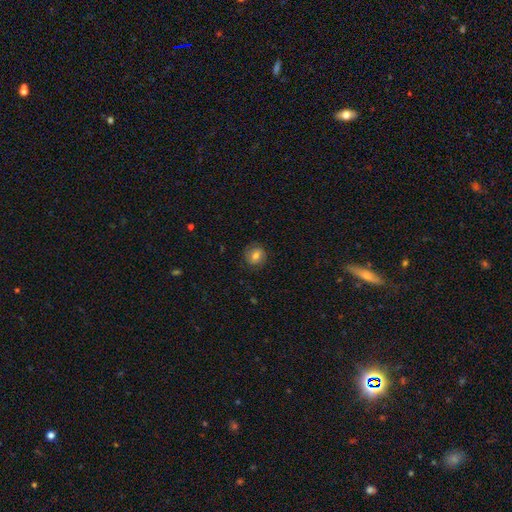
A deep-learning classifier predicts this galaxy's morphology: This appears to be a smooth galaxy with no disk features (73%) that is round (80%). Merging: none (84%).